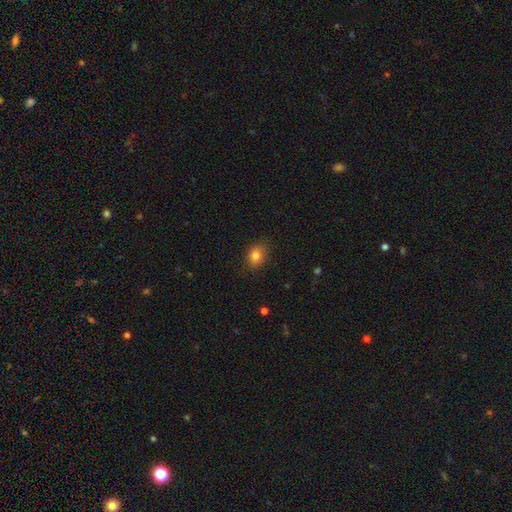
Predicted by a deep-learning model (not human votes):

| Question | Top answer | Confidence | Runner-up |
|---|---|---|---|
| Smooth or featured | smooth | 82% | star or artifact (11%) |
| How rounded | in between | 56% | round (43%) |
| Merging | none | 85% | minor disturbance (11%) |